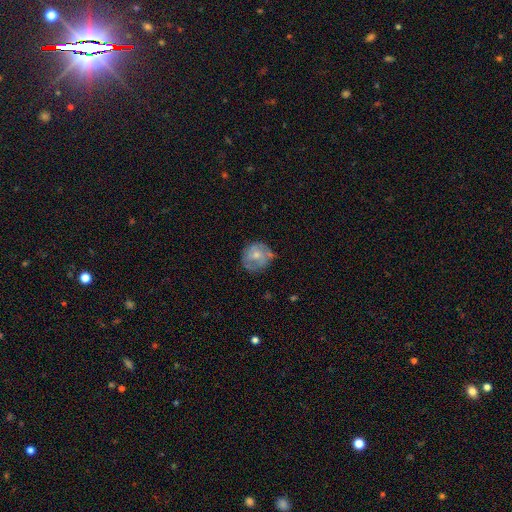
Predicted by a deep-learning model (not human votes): A smooth galaxy with no disk features (47%).

Vote fractions:
- Smooth or featured? smooth: 47% / featured or disk: 46% / star or artifact: 7%
- Merging? none: 64% / minor disturbance: 24% / major disturbance: 8% / merger: 3%